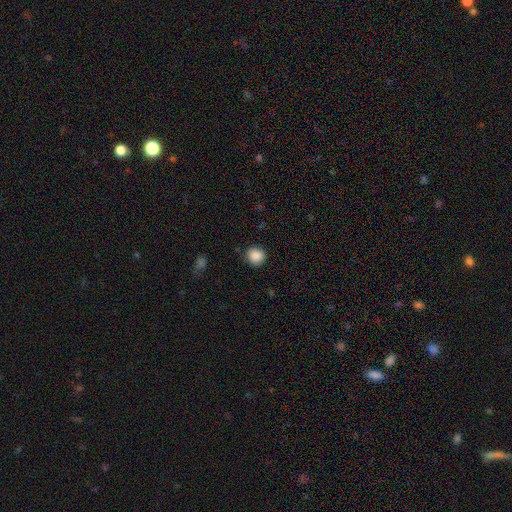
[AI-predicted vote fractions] Smooth or featured? smooth (88%)
How rounded? round (87%)
Merging? none (86%)